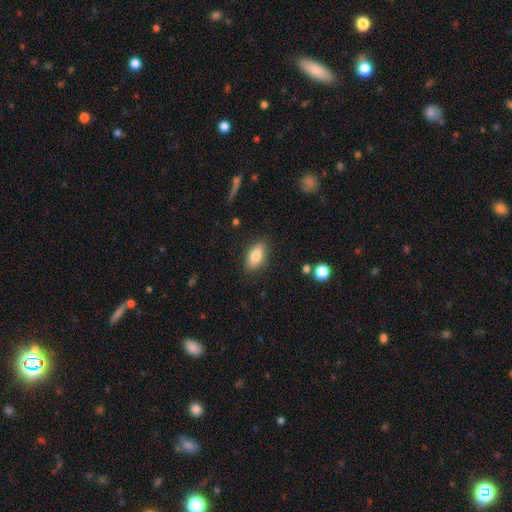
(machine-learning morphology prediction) This is clearly a smooth galaxy (81%). How rounded: clearly in between (86%). Merging: clearly none (85%).